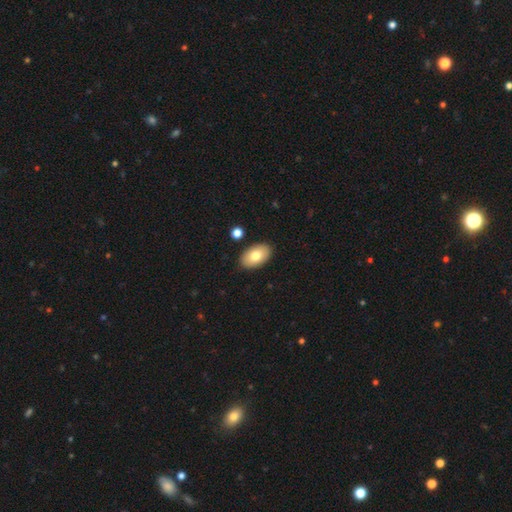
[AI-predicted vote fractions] This is likely a smooth galaxy (77%). How rounded: clearly in between (94%). Merging: clearly none (88%).